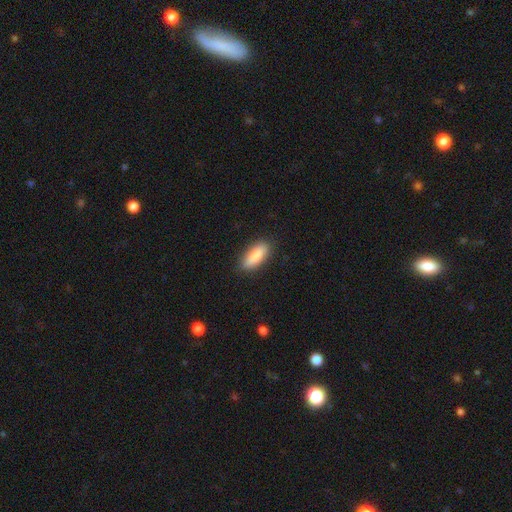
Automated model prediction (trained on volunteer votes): This is clearly a smooth galaxy (84%). How rounded: likely in between (69%). Merging: clearly none (87%).